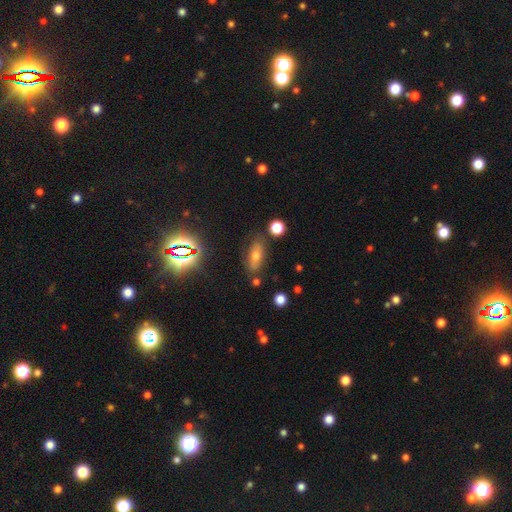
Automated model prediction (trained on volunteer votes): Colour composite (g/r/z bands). It shows a smooth galaxy with no disk features (55%) that is in between round and cigar-shaped (73%). Merging: none (79%).